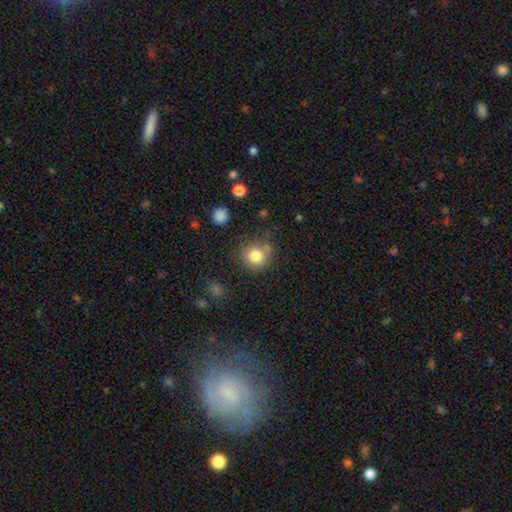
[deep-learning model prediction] This appears to be a smooth galaxy with no disk features (82%) that is round (88%). Merging: none (72%).